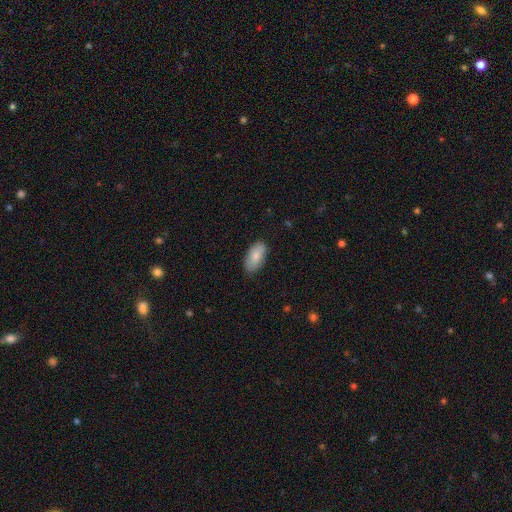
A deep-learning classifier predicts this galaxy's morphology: The model was most divided on "merging": none: 82%, minor disturbance: 15%, major disturbance: 3%, merger: 1%. More confident: how rounded — in between (93%); smooth or featured — smooth (84%).